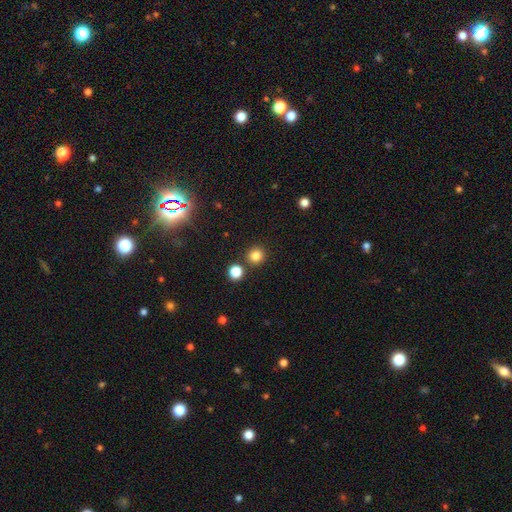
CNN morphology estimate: Smooth or featured: smooth — 82% (star or artifact — 13%)
How rounded: round — 92% (in between — 7%)
Merging: none — 85% (merger — 7%)